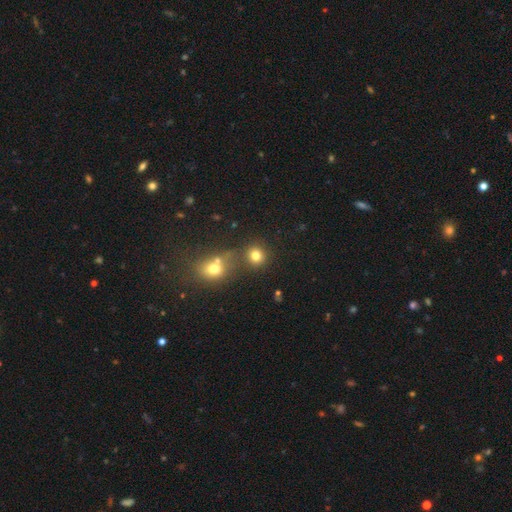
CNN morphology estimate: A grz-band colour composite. It shows a smooth galaxy with no disk features (78%) that is round (86%). Merging: none (72%).